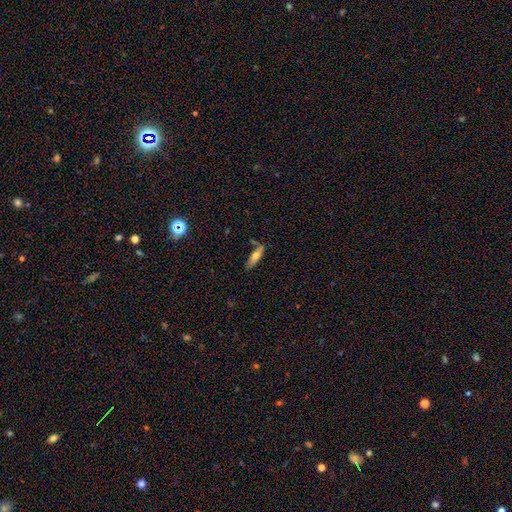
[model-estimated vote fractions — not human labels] Smooth or featured? Predicted: smooth (p=0.66). How rounded? Predicted: cigar-shaped (p=0.54). Merging? Predicted: none (p=0.63).